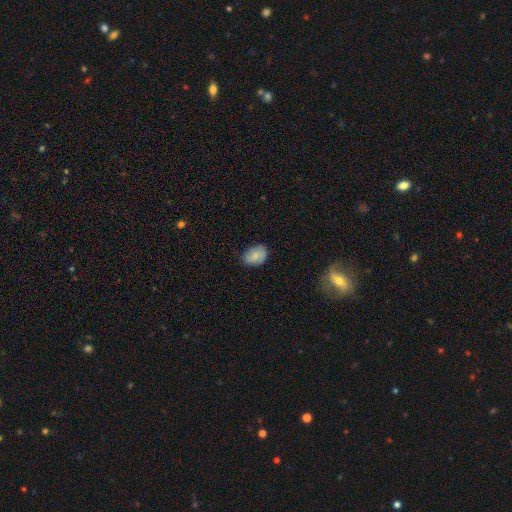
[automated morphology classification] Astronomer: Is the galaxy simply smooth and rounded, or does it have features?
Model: smooth — 79%.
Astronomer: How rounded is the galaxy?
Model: in between — 80%.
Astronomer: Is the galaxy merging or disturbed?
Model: none — 76%.